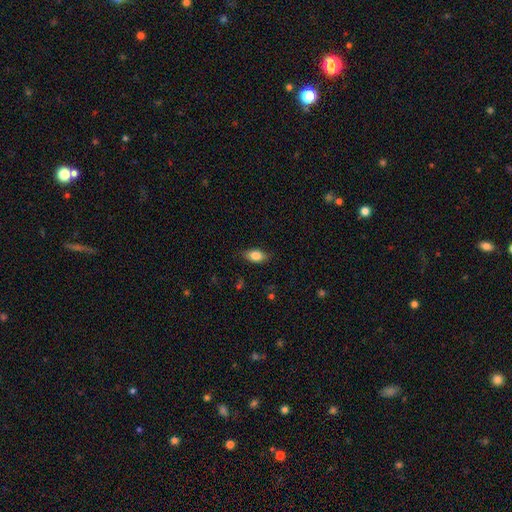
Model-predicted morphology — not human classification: smooth-or-featured: smooth: 82% | featured or disk: 10% | star or artifact: 8%
  how-rounded: in between: 87% | round: 7% | cigar-shaped: 6%
  merging: none: 81% | minor disturbance: 14% | major disturbance: 3% | merger: 1%